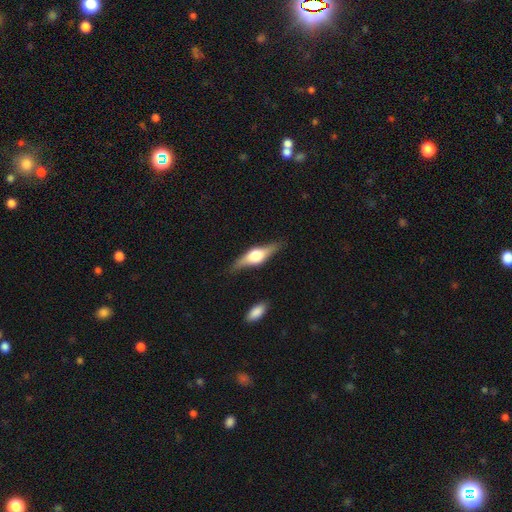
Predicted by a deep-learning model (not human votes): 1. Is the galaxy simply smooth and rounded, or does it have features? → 66% featured or disk, 29% smooth, 6% star or artifact.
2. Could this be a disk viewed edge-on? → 95% yes, 5% no.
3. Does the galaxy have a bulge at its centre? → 92% rounded, 7% boxy, 1% none.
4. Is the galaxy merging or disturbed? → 83% none, 11% minor disturbance, 3% major disturbance, 2% merger.